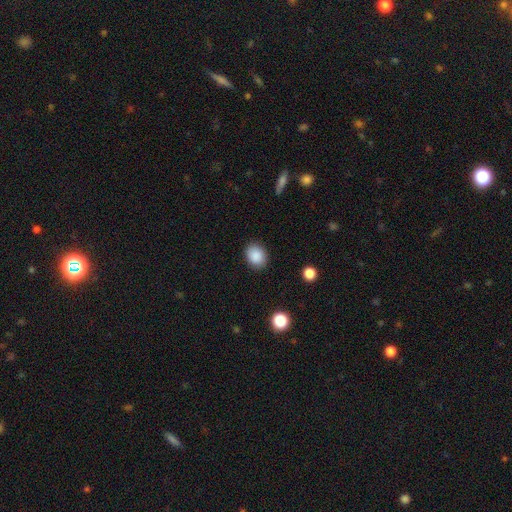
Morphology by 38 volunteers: Smooth or featured? 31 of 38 (82%) said smooth. How rounded? 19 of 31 (61%) said in between. Merging? 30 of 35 (86%) said none.